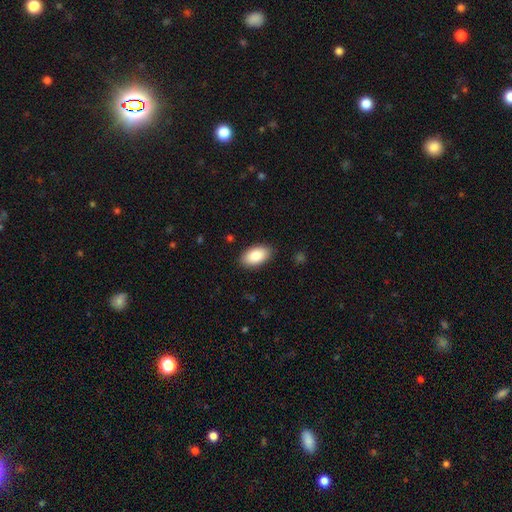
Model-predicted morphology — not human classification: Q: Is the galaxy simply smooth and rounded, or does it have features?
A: smooth — 87%.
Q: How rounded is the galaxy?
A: in between — 95%.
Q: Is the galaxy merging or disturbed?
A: none — 88%.